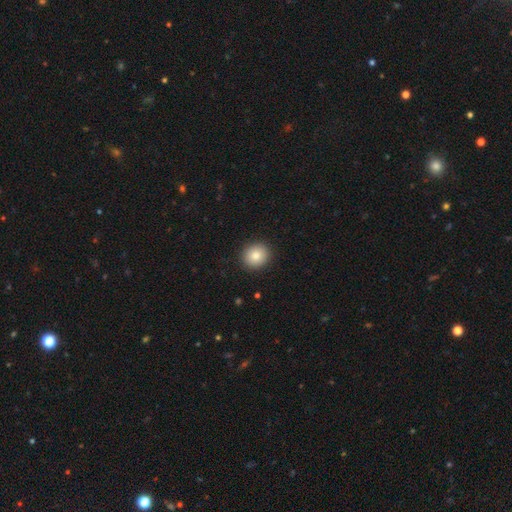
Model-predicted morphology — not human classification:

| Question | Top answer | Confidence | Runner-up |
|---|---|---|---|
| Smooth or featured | smooth | 84% | star or artifact (9%) |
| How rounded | round | 83% | in between (16%) |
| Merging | none | 91% | minor disturbance (6%) |